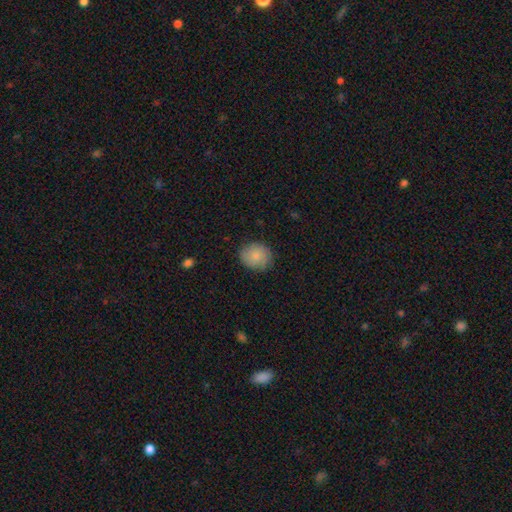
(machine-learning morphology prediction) This appears to be a smooth galaxy with no disk features (83%) that is round (73%). Merging: none (83%).